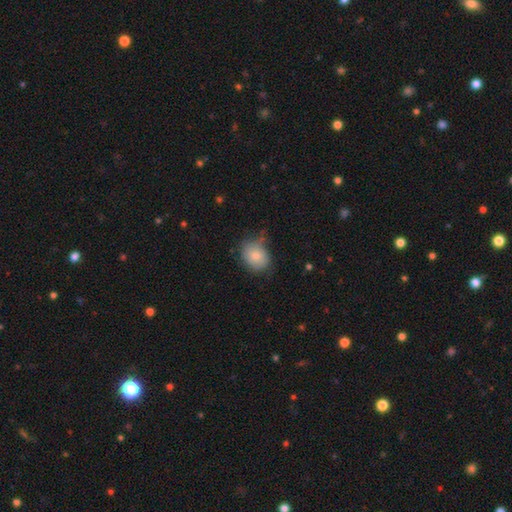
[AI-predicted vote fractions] Smooth or featured? smooth (81%)
How rounded? round (51%)
Merging? none (61%)